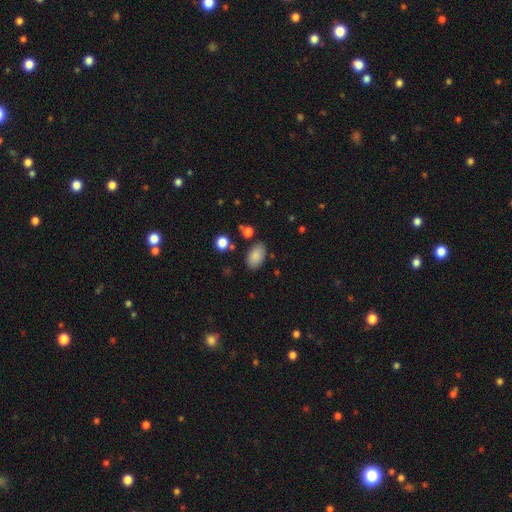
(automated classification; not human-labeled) This is clearly a smooth galaxy (85%). How rounded: clearly in between (91%). Merging: clearly none (82%).